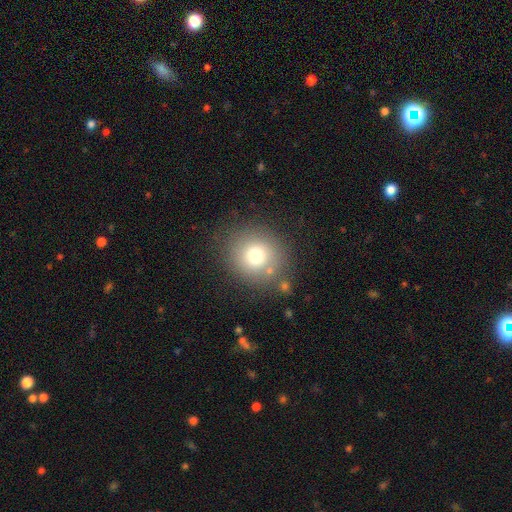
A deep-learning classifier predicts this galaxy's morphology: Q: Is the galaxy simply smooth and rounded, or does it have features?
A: smooth — 72%.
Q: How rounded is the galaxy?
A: round — 89%.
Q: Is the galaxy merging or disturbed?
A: none — 79%.